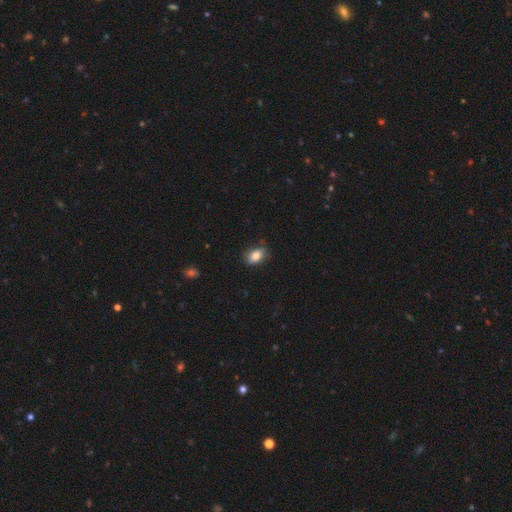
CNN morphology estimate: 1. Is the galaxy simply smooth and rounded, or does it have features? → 83% smooth, 8% featured or disk, 8% star or artifact.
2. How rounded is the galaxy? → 84% in between, 14% round, 2% cigar-shaped.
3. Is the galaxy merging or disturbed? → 72% none, 22% minor disturbance, 4% major disturbance, 1% merger.